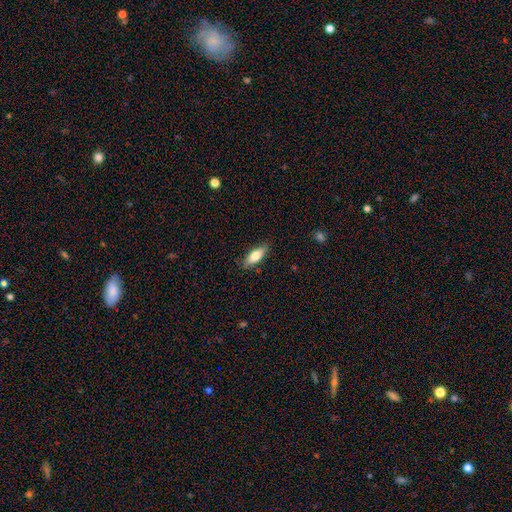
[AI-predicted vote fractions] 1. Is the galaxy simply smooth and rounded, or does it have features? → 74% smooth, 20% featured or disk, 6% star or artifact.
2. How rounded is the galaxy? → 68% in between, 29% cigar-shaped, 2% round.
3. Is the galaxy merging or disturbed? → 83% none, 13% minor disturbance, 3% major disturbance, 1% merger.